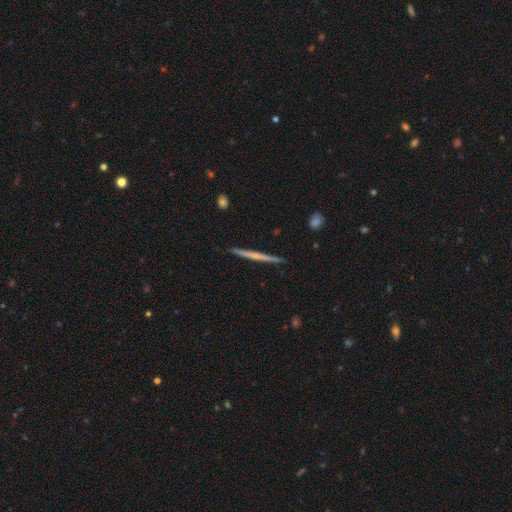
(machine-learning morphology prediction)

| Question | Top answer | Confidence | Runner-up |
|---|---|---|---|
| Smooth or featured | featured or disk | 56% | smooth (38%) |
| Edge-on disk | yes | 98% | no (2%) |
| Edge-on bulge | none | 76% | rounded (19%) |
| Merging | none | 92% | minor disturbance (6%) |